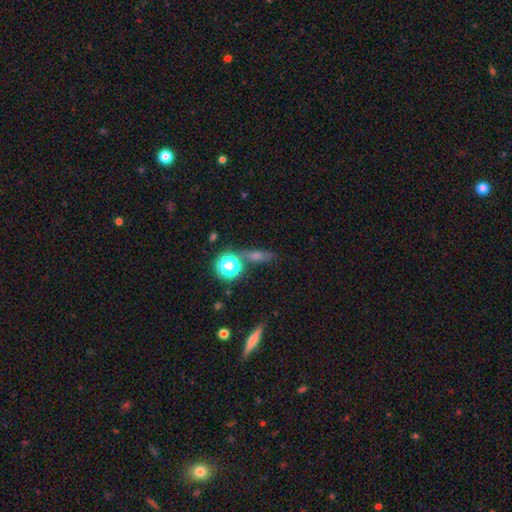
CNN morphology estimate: The model was most divided on "smooth or featured": smooth: 44%, star or artifact: 32%, featured or disk: 23%. More confident: merging — none (73%).